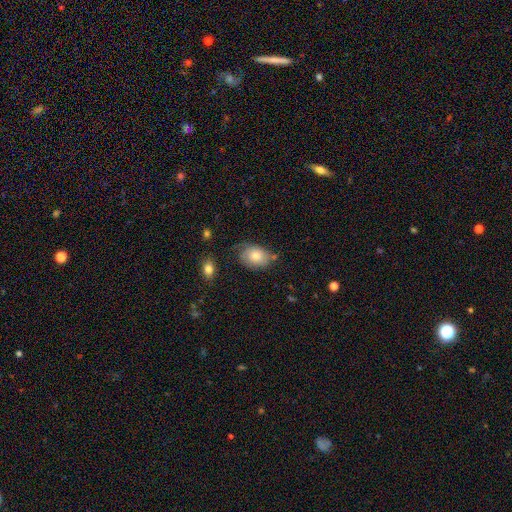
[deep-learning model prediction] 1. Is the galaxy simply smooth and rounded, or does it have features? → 66% smooth, 26% featured or disk, 8% star or artifact.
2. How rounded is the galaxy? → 72% in between, 27% round, 1% cigar-shaped.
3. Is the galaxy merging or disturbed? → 55% none, 30% minor disturbance, 11% major disturbance, 4% merger.